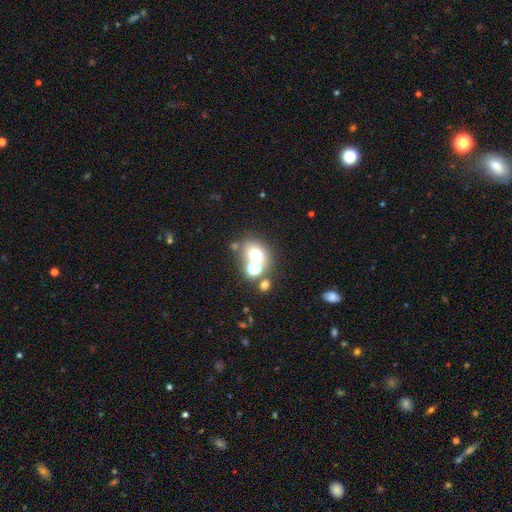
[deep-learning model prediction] Smooth or featured? Predicted: smooth (p=0.62). How rounded? Predicted: round (p=0.64). Merging? Predicted: none (p=0.53).